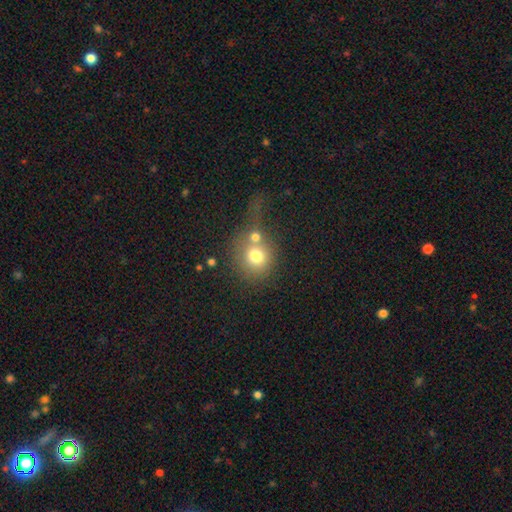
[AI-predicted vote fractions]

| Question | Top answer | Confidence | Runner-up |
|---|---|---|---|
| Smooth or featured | smooth | 72% | featured or disk (16%) |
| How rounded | round | 85% | in between (14%) |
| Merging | merger | 45% | none (35%) |